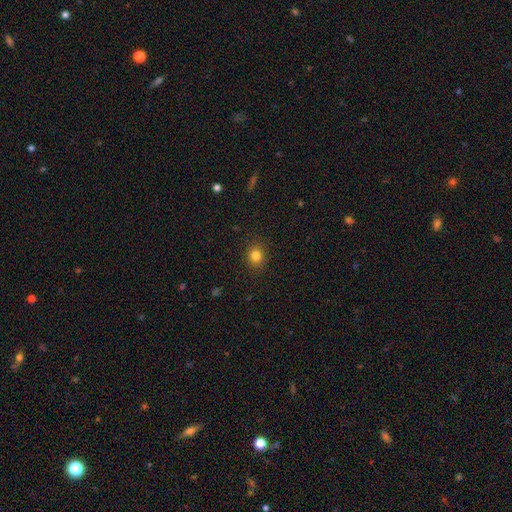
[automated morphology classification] smooth_or_featured: smooth (p=0.82) [alt: star or artifact p=0.12]
how_rounded: round (p=0.76) [alt: in between p=0.23]
merging: none (p=0.89) [alt: minor disturbance p=0.07]